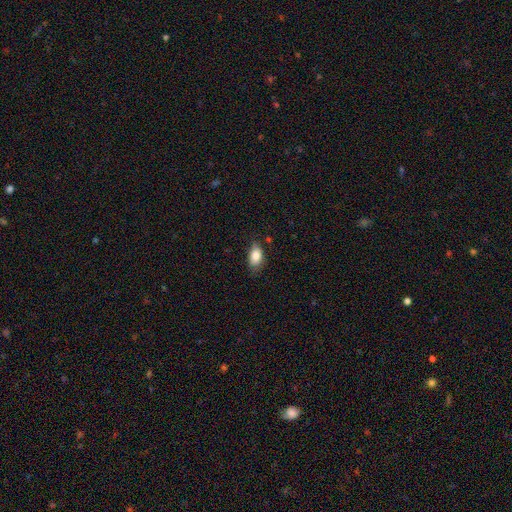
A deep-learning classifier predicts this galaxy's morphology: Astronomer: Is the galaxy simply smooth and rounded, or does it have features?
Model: smooth — 85%.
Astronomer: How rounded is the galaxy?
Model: in between — 90%.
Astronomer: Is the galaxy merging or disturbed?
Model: none — 71%.